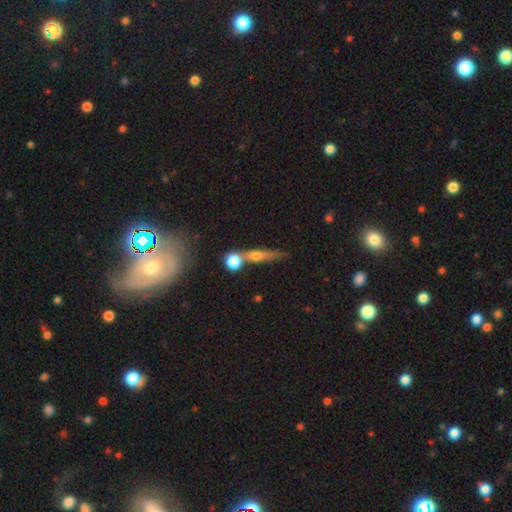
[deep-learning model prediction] smooth-or-featured: featured or disk: 45% | smooth: 41% | star or artifact: 14%
  merging: none: 60% | merger: 21% | minor disturbance: 12% | major disturbance: 6%